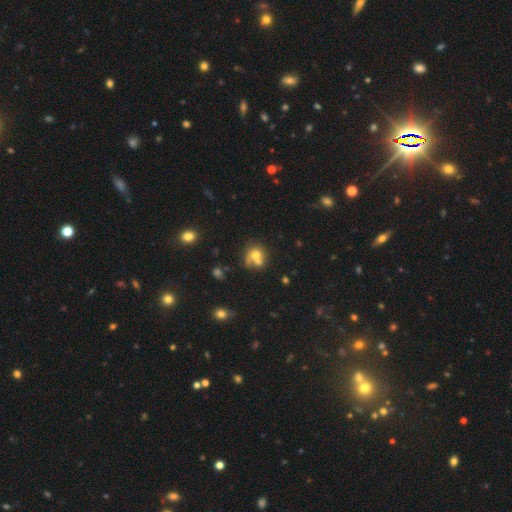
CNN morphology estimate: This appears to be a smooth galaxy with no disk features (66%) that is round (71%). Merging: merger (48%).